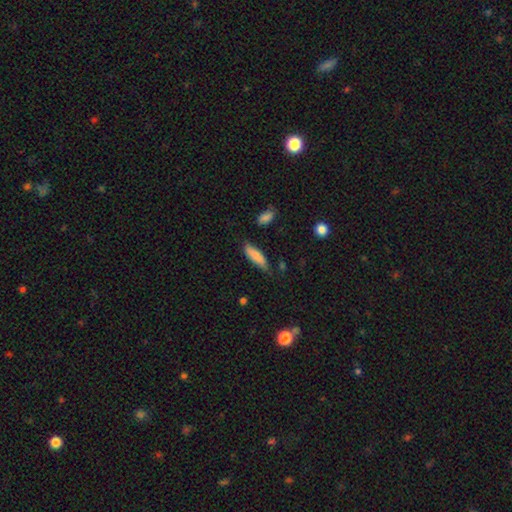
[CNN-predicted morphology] smooth_or_featured: smooth (p=0.84) [alt: featured or disk p=0.10]
how_rounded: cigar-shaped (p=0.52) [alt: in between p=0.46]
merging: none (p=0.68) [alt: minor disturbance p=0.24]